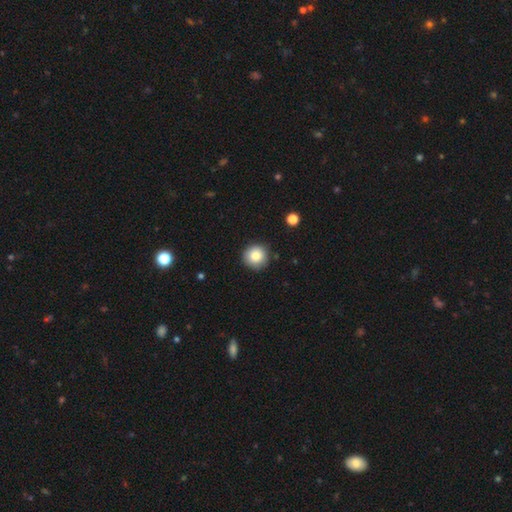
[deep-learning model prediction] A smooth galaxy with no disk features (84%) that is round (94%). Merging: none (87%).